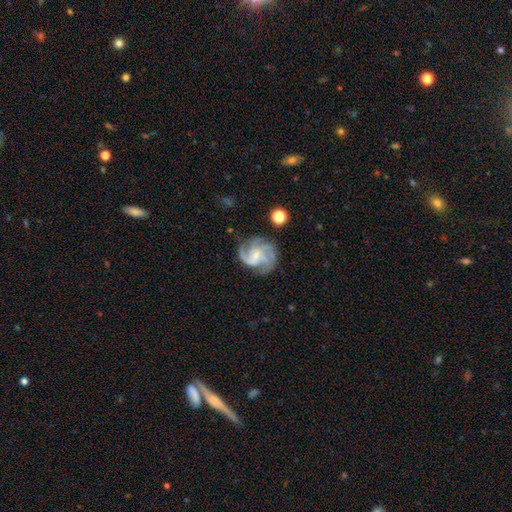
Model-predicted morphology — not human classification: type=featured or disk (87%); edge-on=no (98%); bar=no (60%); spiral arms=yes (97%); winding=medium (49%); arm count=3 (48%); bulge=small (71%); merging=none (68%).